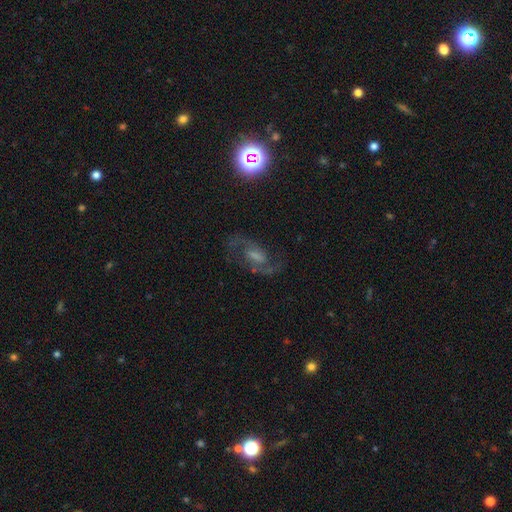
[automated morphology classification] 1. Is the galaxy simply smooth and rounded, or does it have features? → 80% featured or disk, 12% star or artifact, 8% smooth.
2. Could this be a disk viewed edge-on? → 97% no, 3% yes.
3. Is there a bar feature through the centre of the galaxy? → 55% weak, 25% no, 20% strong.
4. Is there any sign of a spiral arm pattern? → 96% yes, 4% no.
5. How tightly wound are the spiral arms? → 60% medium, 24% loose, 16% tight.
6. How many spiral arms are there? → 92% 2, 3% can't tell, 1% 1, 1% 3, 1% 4, 1% more than 4.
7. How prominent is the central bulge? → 34% moderate, 31% small, 23% none, 10% large, 2% dominant.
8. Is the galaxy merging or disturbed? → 77% none, 13% minor disturbance, 8% major disturbance, 2% merger.